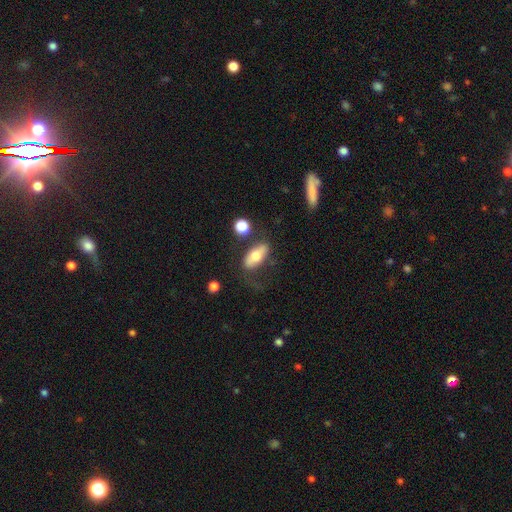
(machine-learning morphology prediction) type=smooth (61%); roundness=in between (81%); merging=none (61%).